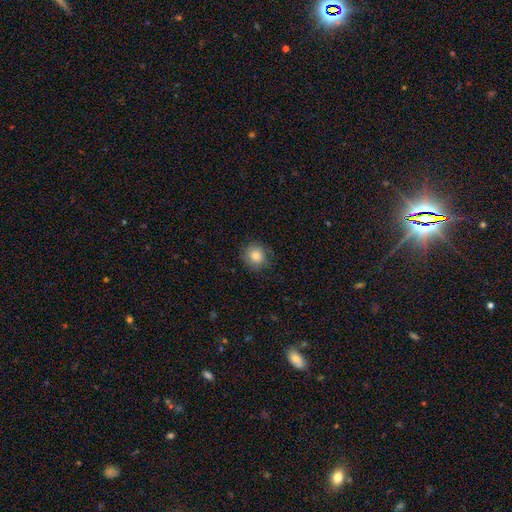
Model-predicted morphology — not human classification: This is clearly a smooth galaxy (82%). How rounded: clearly round (88%). Merging: clearly none (81%).